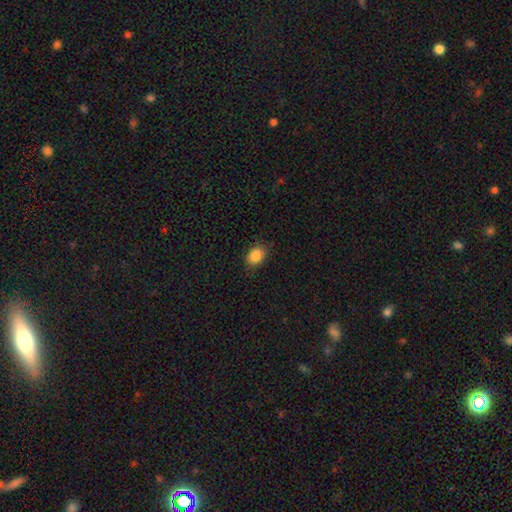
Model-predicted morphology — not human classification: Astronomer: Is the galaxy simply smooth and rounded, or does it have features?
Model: smooth — 87%.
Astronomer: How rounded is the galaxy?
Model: in between — 68%.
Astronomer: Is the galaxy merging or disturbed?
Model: none — 83%.